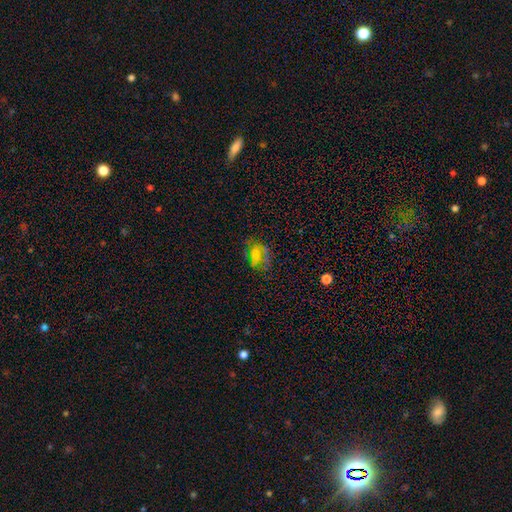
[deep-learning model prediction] Smooth or featured? Predicted: smooth (p=0.47). Merging? Predicted: none (p=0.48).